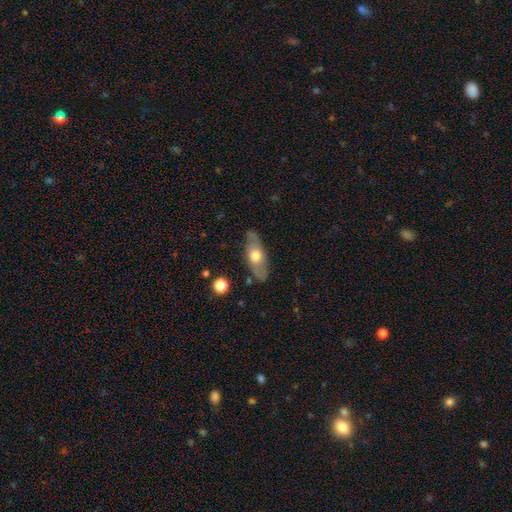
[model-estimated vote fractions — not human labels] This is possibly a smooth galaxy (51%). How rounded: likely in between (71%). Merging: likely none (77%).